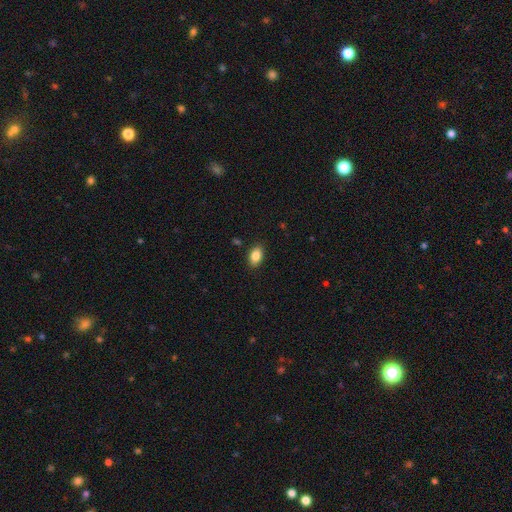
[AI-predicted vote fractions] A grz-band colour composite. It shows a smooth galaxy with no disk features (86%) that is in between round and cigar-shaped (90%). Merging: none (88%).